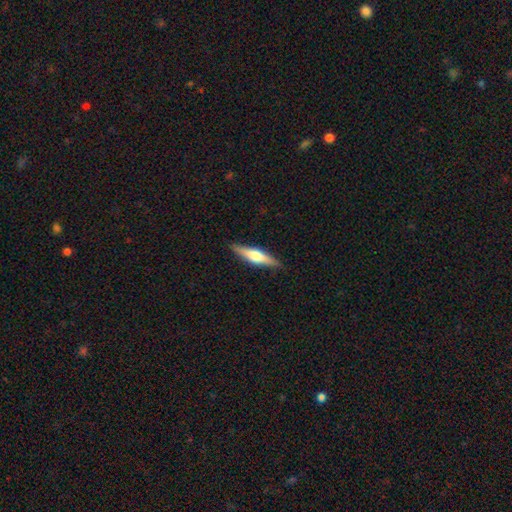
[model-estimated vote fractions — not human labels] Q: Smooth or featured?
A: featured or disk (56%); runner-up: smooth (39%)
Q: Edge-on disk?
A: yes (96%); runner-up: no (4%)
Q: Edge-on bulge?
A: rounded (84%); runner-up: boxy (12%)
Q: Merging?
A: none (89%); runner-up: minor disturbance (8%)